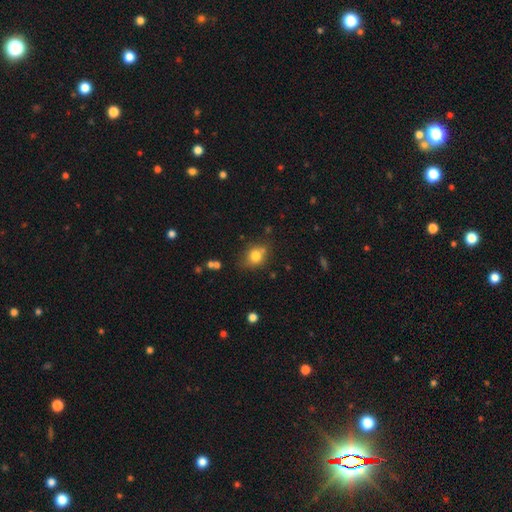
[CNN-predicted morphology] Overall: smooth (78%). How rounded: round (50%; in between 48%). Merging: none (71%).